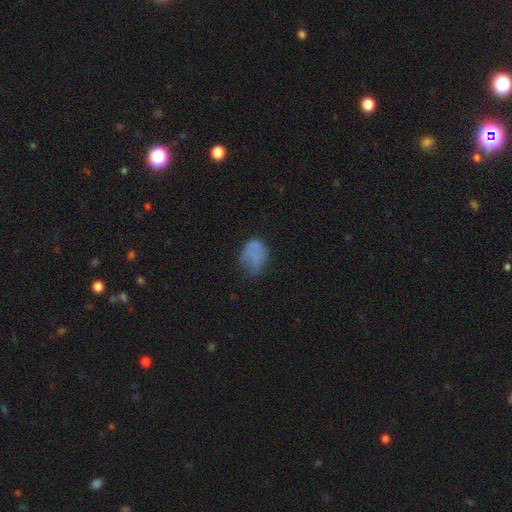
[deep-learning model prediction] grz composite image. It shows a smooth galaxy with no disk features (66%) that is in between round and cigar-shaped (65%). Merging: none (40%).